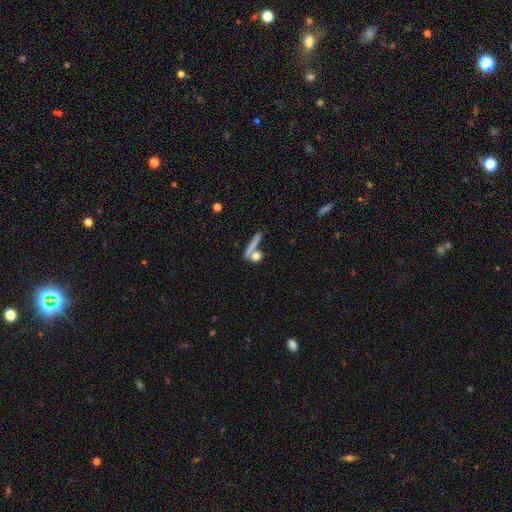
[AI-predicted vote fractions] Smooth or featured: smooth — 71% (featured or disk — 19%)
How rounded: round — 42% (cigar-shaped — 35%)
Merging: none — 56% (merger — 27%)